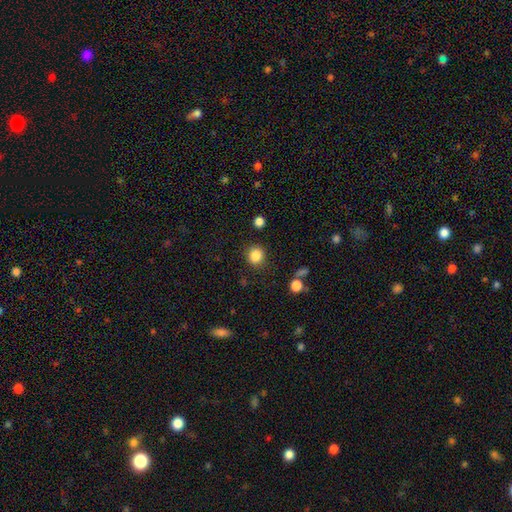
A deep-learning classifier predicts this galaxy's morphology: type=smooth (86%); roundness=round (84%); merging=none (87%).